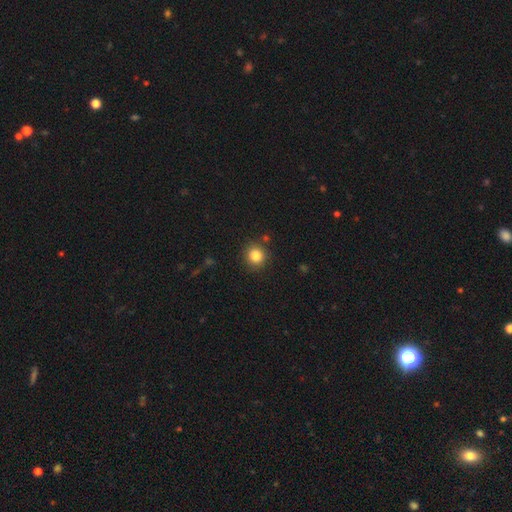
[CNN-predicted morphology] type=smooth (83%); roundness=round (91%); merging=none (87%).